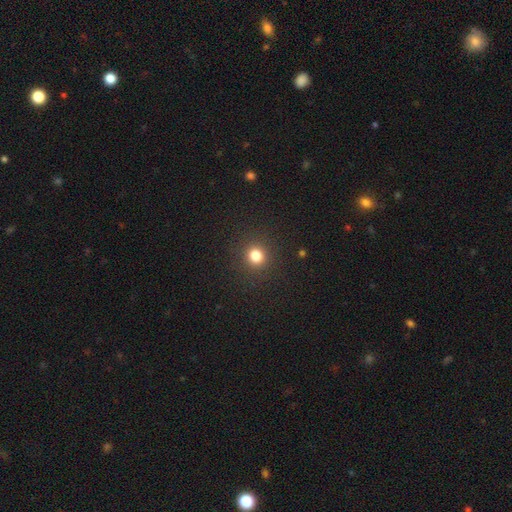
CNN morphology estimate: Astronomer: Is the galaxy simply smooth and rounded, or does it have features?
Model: smooth — 80%.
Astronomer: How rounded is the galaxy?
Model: round — 90%.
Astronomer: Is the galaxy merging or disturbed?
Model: none — 91%.